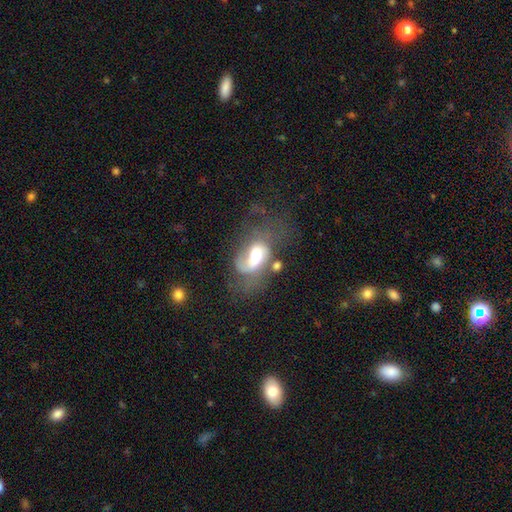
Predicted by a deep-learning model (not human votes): Overall: featured or disk (59%; smooth 32%). Edge-on disk: no (96%). Bar: no (44%; weak 39%). Spiral arms: yes (73%). Bulge size: moderate (51%; large 30%). Merging: major disturbance (39%; none 27%).